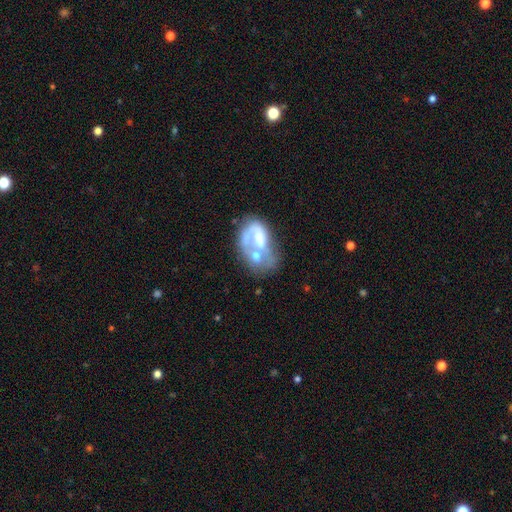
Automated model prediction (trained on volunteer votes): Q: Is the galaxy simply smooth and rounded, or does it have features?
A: featured or disk — 65%.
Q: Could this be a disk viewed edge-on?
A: no — 97%.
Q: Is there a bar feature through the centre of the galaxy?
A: no — 63%.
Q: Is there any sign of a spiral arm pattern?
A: yes — 55%.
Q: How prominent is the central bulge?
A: moderate — 56%.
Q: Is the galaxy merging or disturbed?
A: merger — 38%.